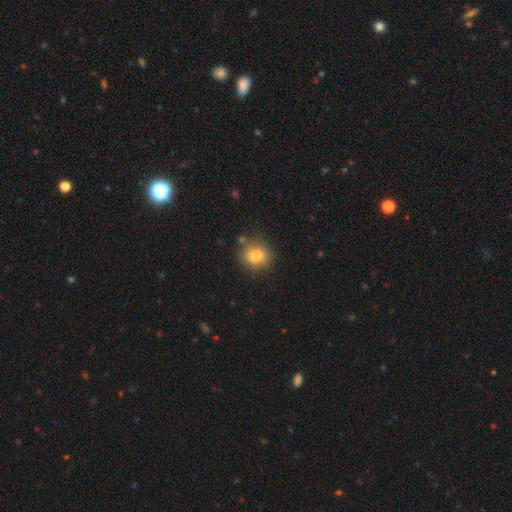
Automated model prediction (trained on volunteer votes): Morphology: type=smooth (82%); roundness=round (77%); merging=none (80%).